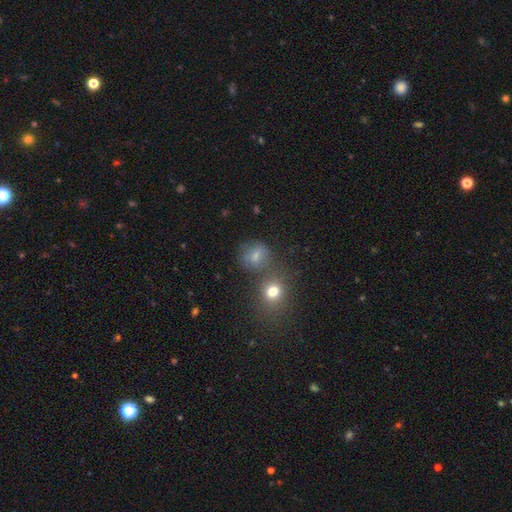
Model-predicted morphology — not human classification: The model was most divided on "merging": none: 57%, merger: 21%, minor disturbance: 15%, major disturbance: 7%. More confident: smooth or featured — smooth (71%); how rounded — round (71%).